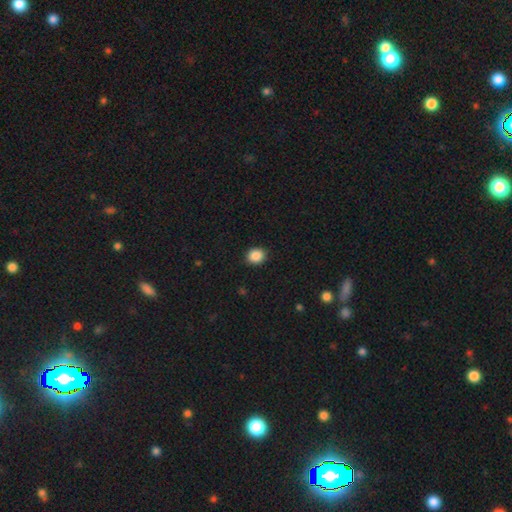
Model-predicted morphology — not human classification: Smooth or featured: smooth — 88% (star or artifact — 9%)
How rounded: round — 74% (in between — 25%)
Merging: none — 91% (minor disturbance — 6%)